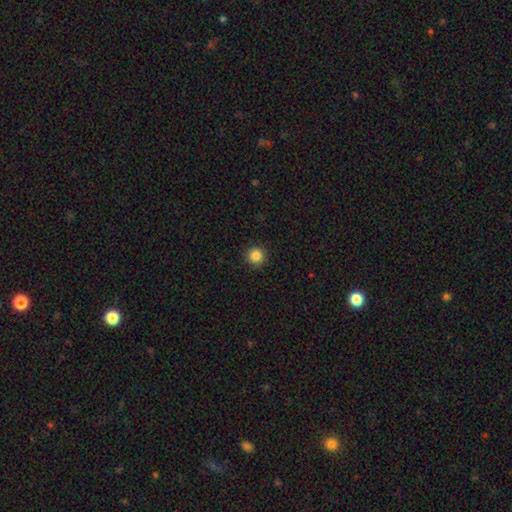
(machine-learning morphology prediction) Q: Smooth or featured?
A: smooth (86%); runner-up: star or artifact (11%)
Q: How rounded?
A: round (95%); runner-up: in between (4%)
Q: Merging?
A: none (93%); runner-up: minor disturbance (5%)